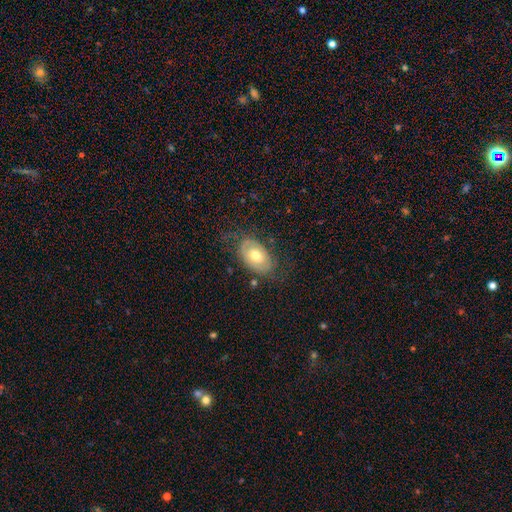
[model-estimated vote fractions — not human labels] smooth 49%, featured or disk 44%, star or artifact 7%. Down the decision tree: merging — none (68%).